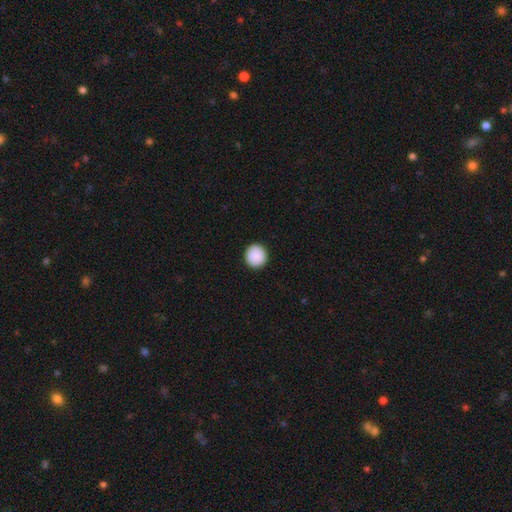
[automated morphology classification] Smooth or featured? smooth (91%)
How rounded? round (94%)
Merging? none (93%)